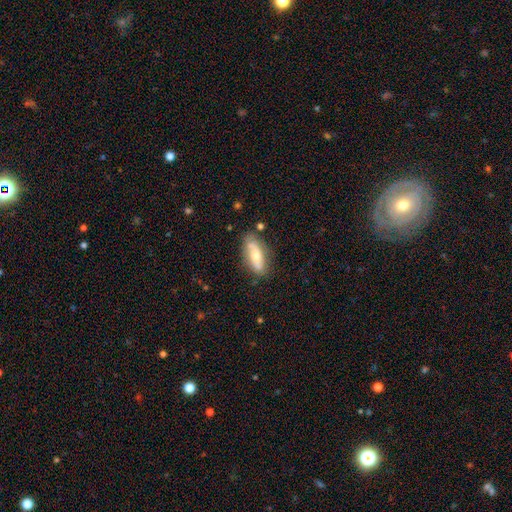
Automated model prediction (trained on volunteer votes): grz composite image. It shows a smooth galaxy with no disk features (54%) that is in between round and cigar-shaped (71%). Merging: none (76%).